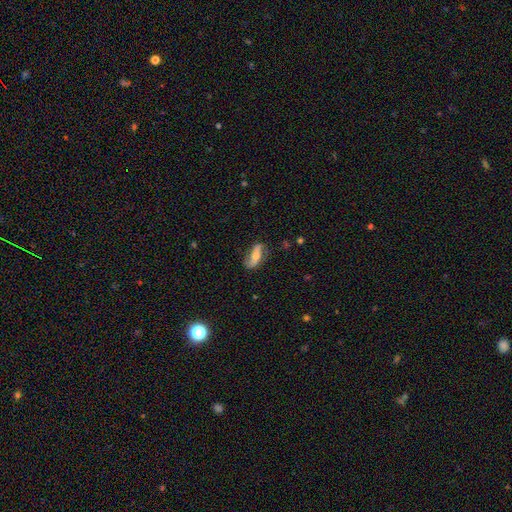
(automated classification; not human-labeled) Smooth or featured? Predicted: featured or disk (p=0.61). Edge-on disk? Predicted: no (p=0.81). Merging? Predicted: none (p=0.73).